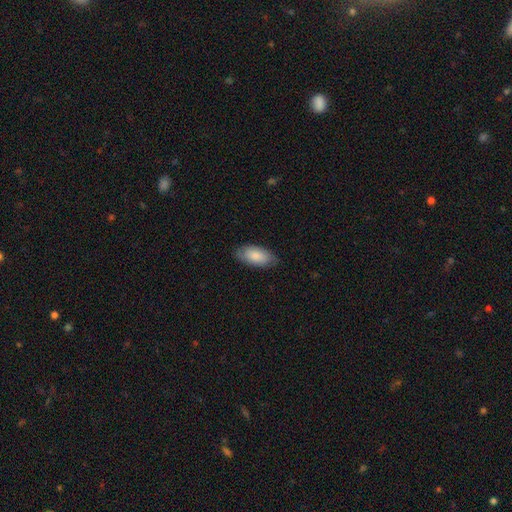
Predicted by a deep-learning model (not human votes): smooth 81%, featured or disk 13%, star or artifact 5%. Down the decision tree: how rounded — in between (92%); merging — none (81%).